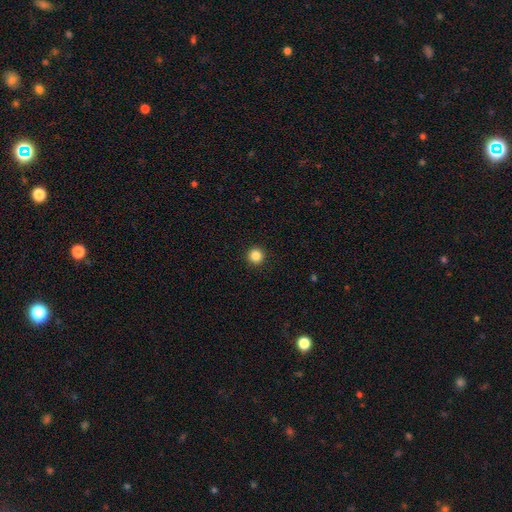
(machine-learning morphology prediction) Smooth or featured?
  - smooth: 86% *
  - star or artifact: 11%
  - featured or disk: 3%
How rounded?
  - round: 96% *
  - in between: 3%
  - cigar-shaped: 1%
Merging?
  - none: 93% *
  - minor disturbance: 4%
  - major disturbance: 2%
  - merger: 1%